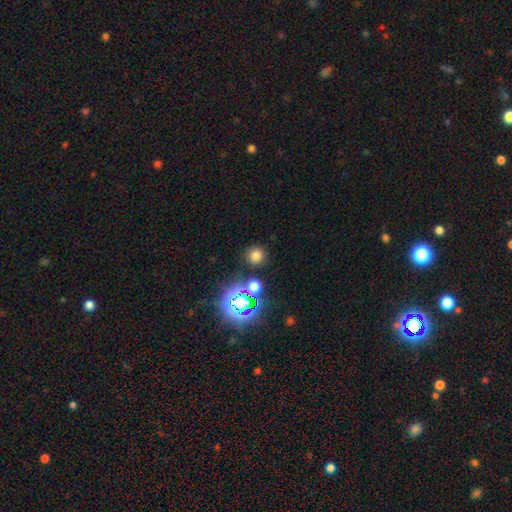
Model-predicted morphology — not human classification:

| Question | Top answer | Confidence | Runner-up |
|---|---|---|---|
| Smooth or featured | smooth | 71% | star or artifact (22%) |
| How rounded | round | 94% | in between (5%) |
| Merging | none | 85% | minor disturbance (7%) |